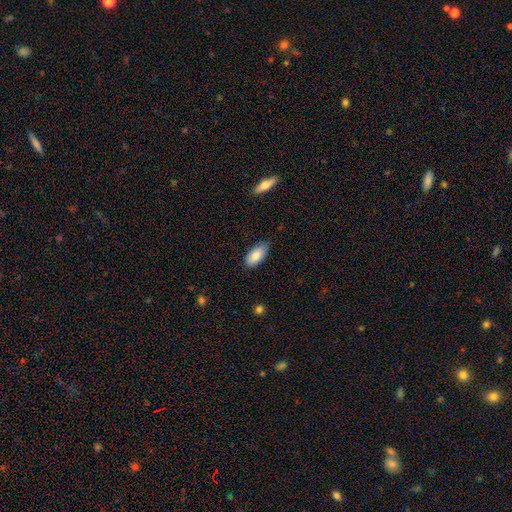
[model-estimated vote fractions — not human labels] smooth_or_featured: smooth (p=0.85) [alt: featured or disk p=0.09]
how_rounded: in between (p=0.92) [alt: cigar-shaped p=0.06]
merging: none (p=0.82) [alt: minor disturbance p=0.15]